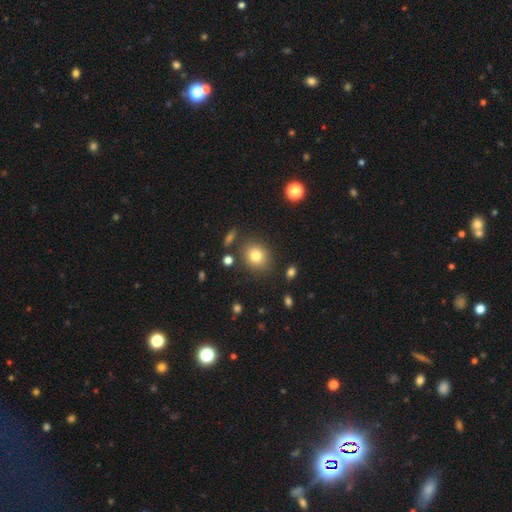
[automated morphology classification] smooth_or_featured: smooth (p=0.80) [alt: star or artifact p=0.11]
how_rounded: round (p=0.69) [alt: in between p=0.29]
merging: none (p=0.82) [alt: minor disturbance p=0.10]